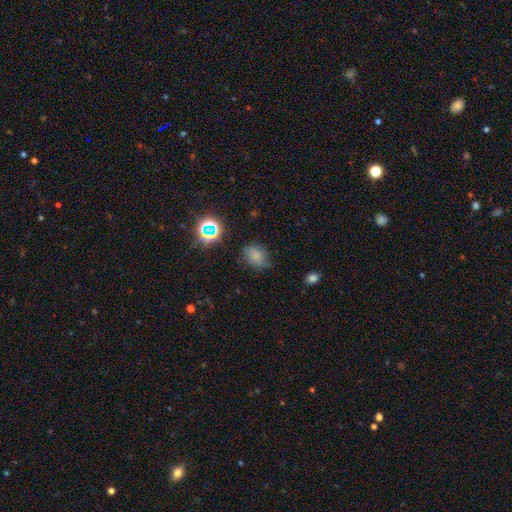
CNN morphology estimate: smooth_or_featured: smooth (p=0.74) [alt: star or artifact p=0.18]
how_rounded: in between (p=0.59) [alt: round p=0.40]
merging: none (p=0.68) [alt: minor disturbance p=0.24]